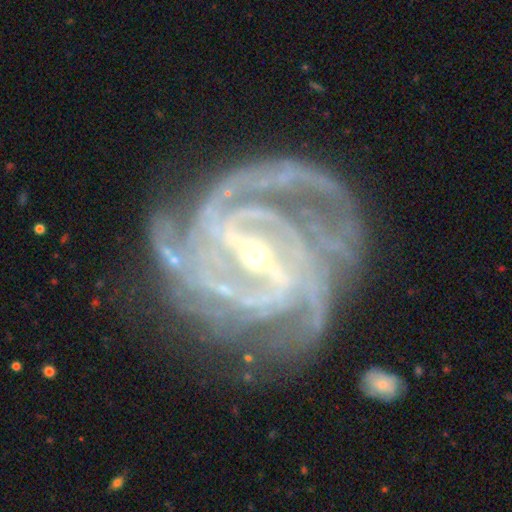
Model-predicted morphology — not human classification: smooth_or_featured: featured or disk (p=0.93) [alt: star or artifact p=0.05]
disk_edge_on: no (p=0.98) [alt: yes p=0.02]
bar: strong (p=0.57) [alt: weak p=0.33]
has_spiral_arms: yes (p=0.98) [alt: no p=0.02]
spiral_winding: tight (p=0.61) [alt: medium p=0.34]
spiral_arm_count: 4 (p=0.33) [alt: 3 p=0.26]
bulge_size: small (p=0.77) [alt: moderate p=0.20]
merging: none (p=0.68) [alt: minor disturbance p=0.18]